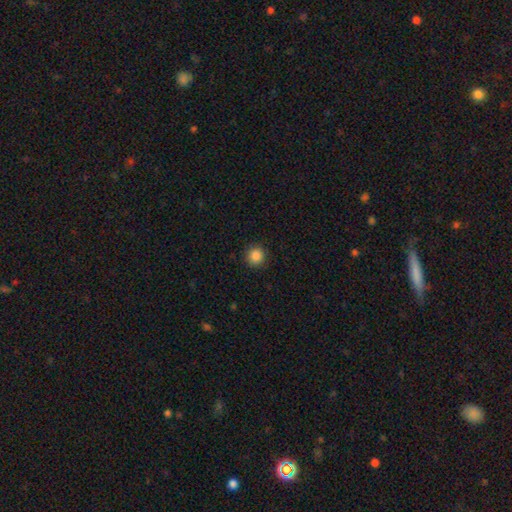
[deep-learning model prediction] This is clearly a smooth galaxy (87%). How rounded: clearly round (93%). Merging: clearly none (91%).